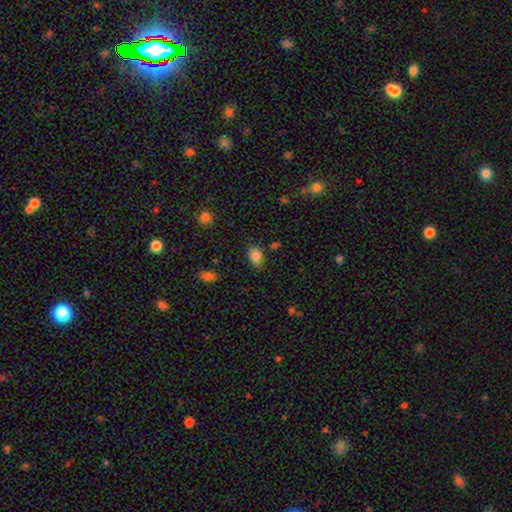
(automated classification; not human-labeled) smooth 84%, star or artifact 10%, featured or disk 6%. Down the decision tree: how rounded — in between (77%); merging — none (69%).